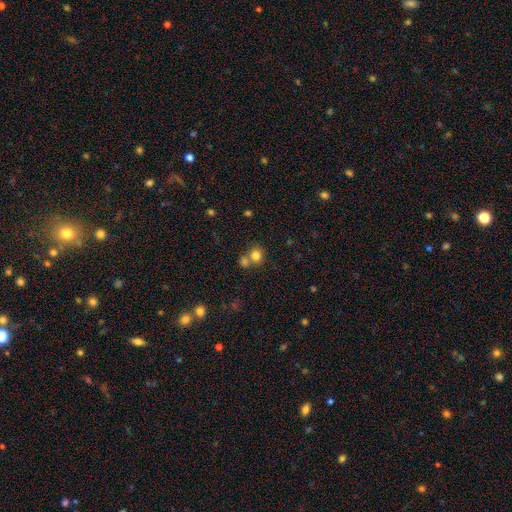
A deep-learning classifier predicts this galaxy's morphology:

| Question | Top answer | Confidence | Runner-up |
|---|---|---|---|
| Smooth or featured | smooth | 80% | star or artifact (12%) |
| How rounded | round | 82% | in between (17%) |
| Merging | none | 50% | merger (39%) |